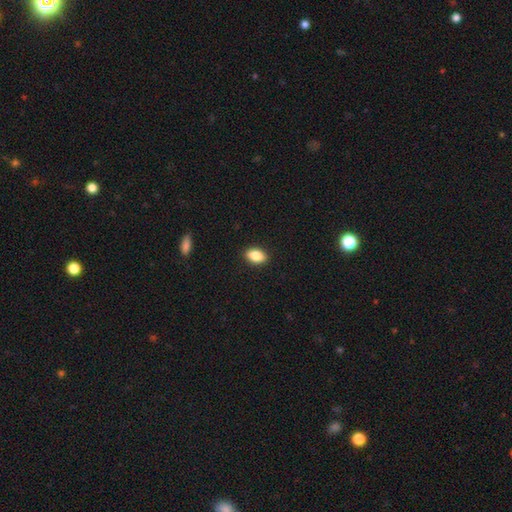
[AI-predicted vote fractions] Smooth or featured: smooth — 85% (star or artifact — 8%)
How rounded: in between — 88% (round — 9%)
Merging: none — 90% (minor disturbance — 7%)